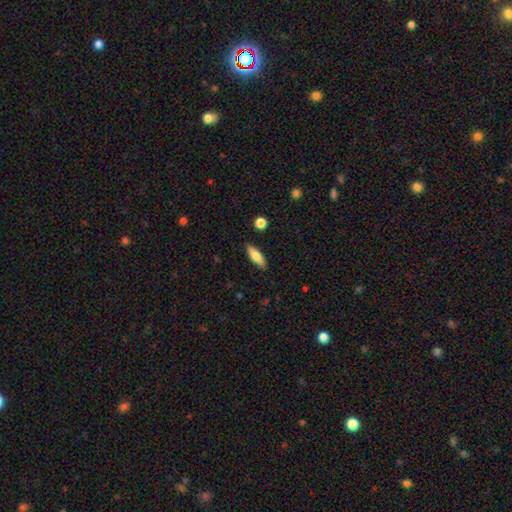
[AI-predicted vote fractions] Smooth or featured: smooth — 79% (featured or disk — 14%)
How rounded: in between — 60% (cigar-shaped — 38%)
Merging: none — 86% (minor disturbance — 11%)